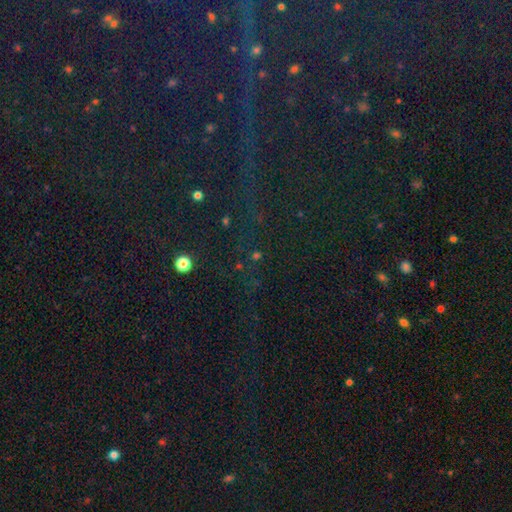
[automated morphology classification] smooth-or-featured: star or artifact: 69% | smooth: 22% | featured or disk: 9%